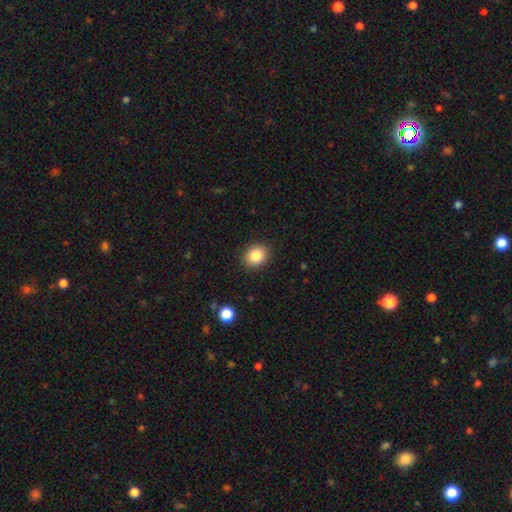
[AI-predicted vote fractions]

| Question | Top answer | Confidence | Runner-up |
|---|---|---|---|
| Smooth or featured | smooth | 85% | star or artifact (10%) |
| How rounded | round | 58% | in between (41%) |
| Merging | none | 89% | minor disturbance (8%) |